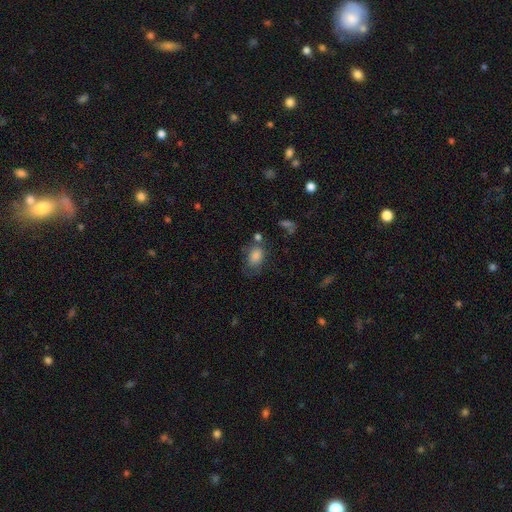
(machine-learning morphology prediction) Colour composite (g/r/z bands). It shows a smooth galaxy with no disk features (80%) that is in between round and cigar-shaped (79%). Merging: none (47%).